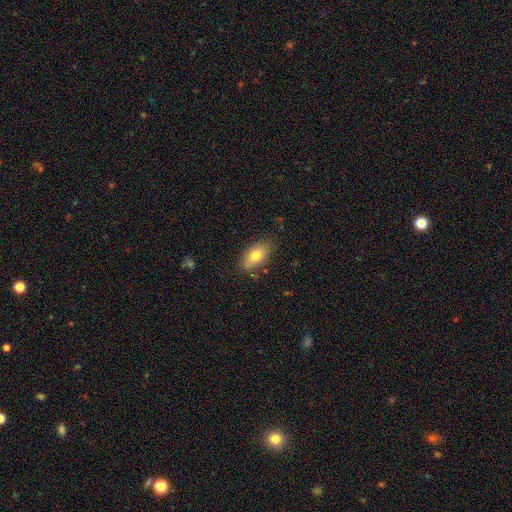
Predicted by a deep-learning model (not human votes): Morphology: type=smooth (76%); roundness=in between (89%); merging=none (74%).